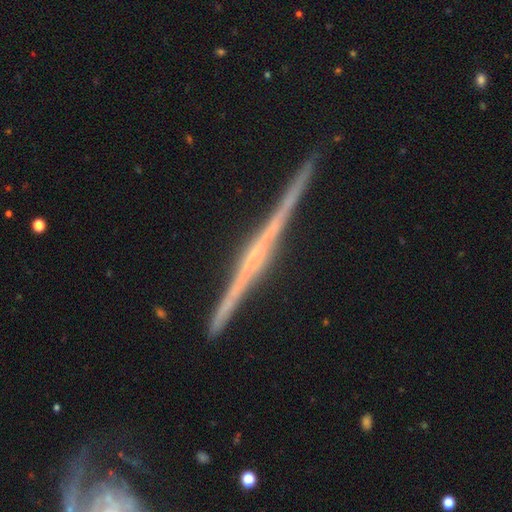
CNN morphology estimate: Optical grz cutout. It shows a featured or disk galaxy (87%) viewed edge-on (98%) with no central bulge (46%). Merging: none (89%).